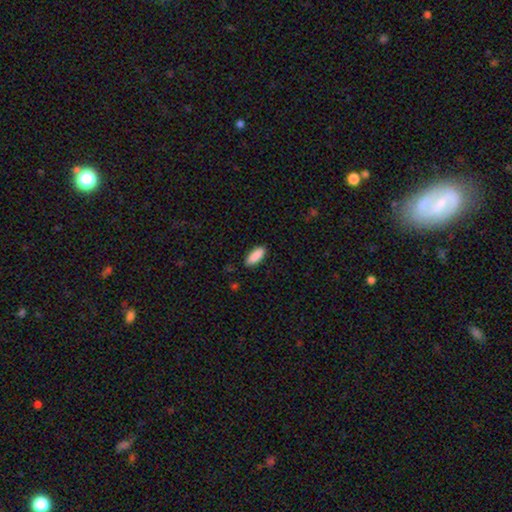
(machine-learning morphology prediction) This is clearly a smooth galaxy (91%). How rounded: clearly in between (81%). Merging: clearly none (88%).